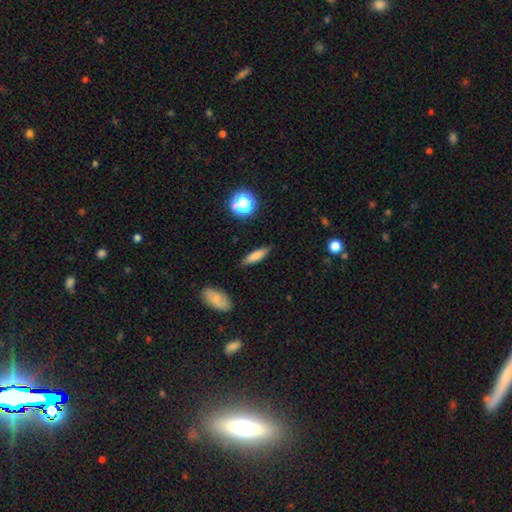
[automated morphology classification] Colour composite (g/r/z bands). It shows a smooth galaxy with no disk features (76%) that is cigar-shaped (61%). Merging: none (86%).